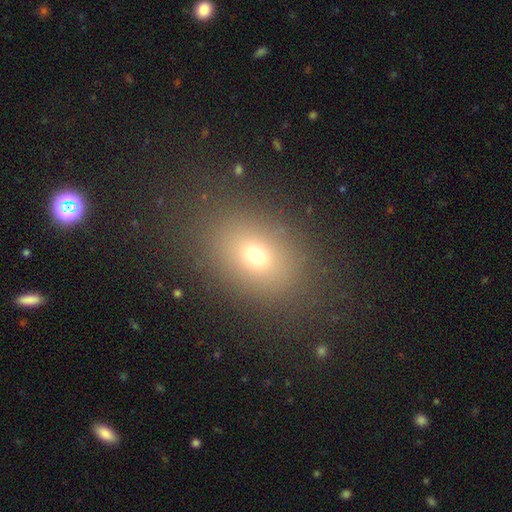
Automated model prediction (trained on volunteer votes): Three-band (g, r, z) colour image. It shows a smooth galaxy with no disk features (67%) that is in between round and cigar-shaped (68%). Merging: none (83%).